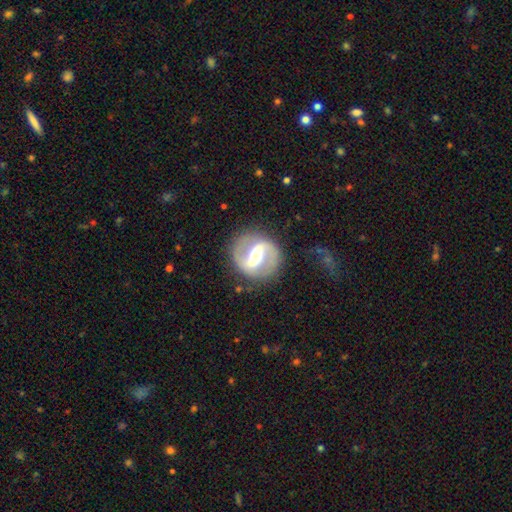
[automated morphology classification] This appears to be a featured or disk galaxy (83%) with a strong bar (60%), 2 (91%) medium (51%) spiral arms (86%) and a moderate central bulge (65%). Merging: none (84%).